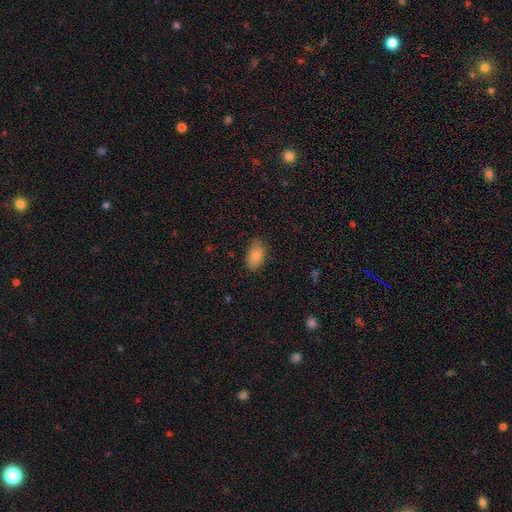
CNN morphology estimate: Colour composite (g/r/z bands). It shows a smooth galaxy with no disk features (87%) that is in between round and cigar-shaped (92%). Merging: none (76%).